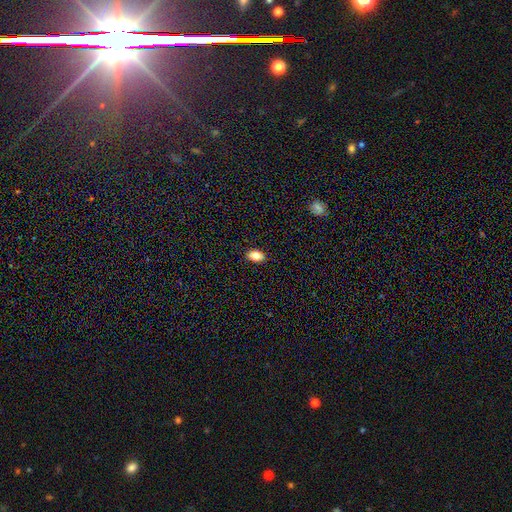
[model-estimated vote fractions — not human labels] smooth 82%, featured or disk 10%, star or artifact 9%. Down the decision tree: how rounded — in between (89%); merging — none (89%).